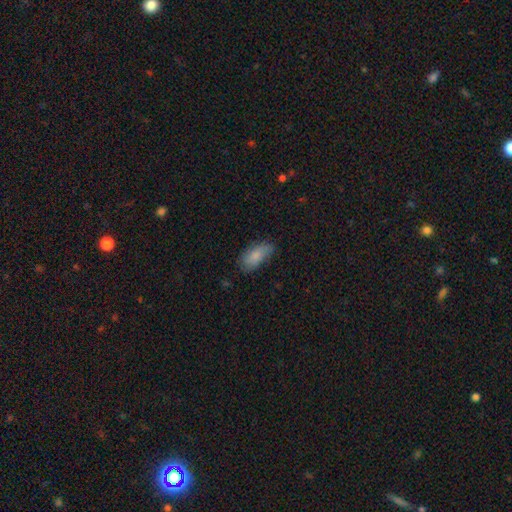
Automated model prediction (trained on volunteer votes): A smooth galaxy with no disk features (79%) that is in between round and cigar-shaped (90%).

Vote fractions:
- Smooth or featured? smooth: 79% / featured or disk: 15% / star or artifact: 7%
- How rounded? in between: 90% / cigar-shaped: 8% / round: 2%
- Merging? none: 69% / minor disturbance: 25% / major disturbance: 5% / merger: 1%